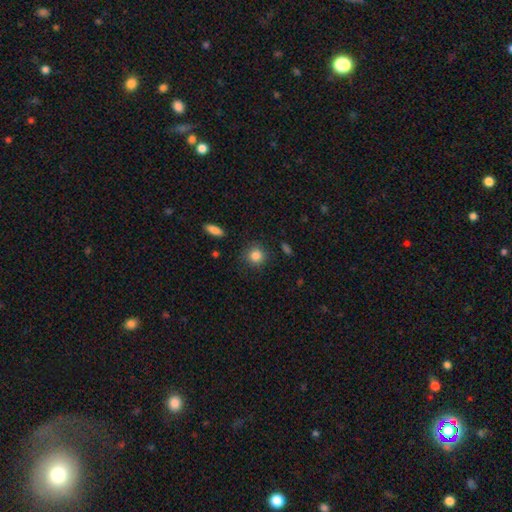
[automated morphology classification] smooth 84%, star or artifact 10%, featured or disk 6%. Down the decision tree: how rounded — round (90%); merging — none (87%).